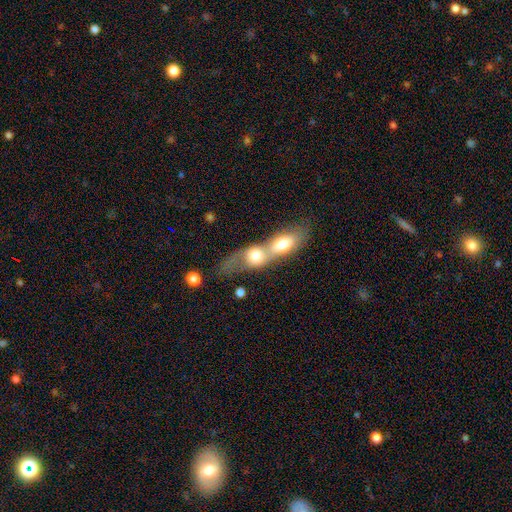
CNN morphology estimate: Overall: smooth (63%; featured or disk 29%). How rounded: in between (57%; round 25%). Merging: merger (80%).